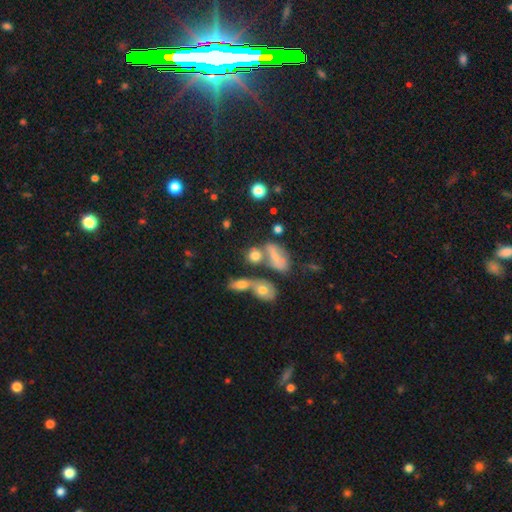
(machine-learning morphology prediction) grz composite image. It shows a smooth galaxy with no disk features (67%) that is in between round and cigar-shaped (48%). Merging: merger (39%).